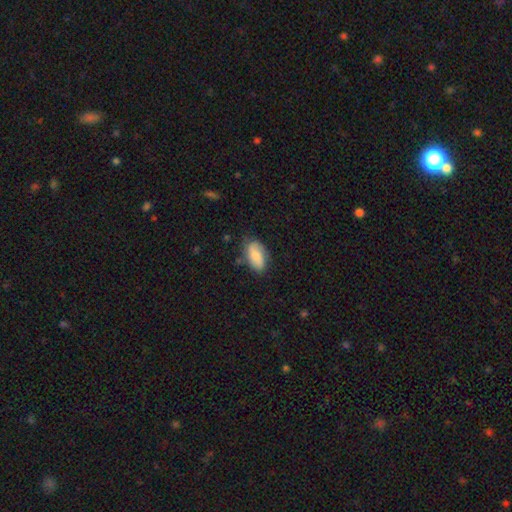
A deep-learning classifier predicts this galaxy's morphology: This is likely a smooth galaxy (76%). How rounded: clearly in between (92%). Merging: likely none (69%).